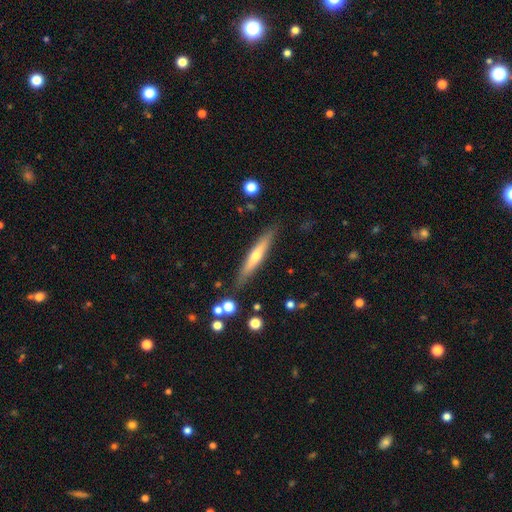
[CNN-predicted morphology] type=featured or disk (53%); edge-on=yes (93%); merging=none (85%).